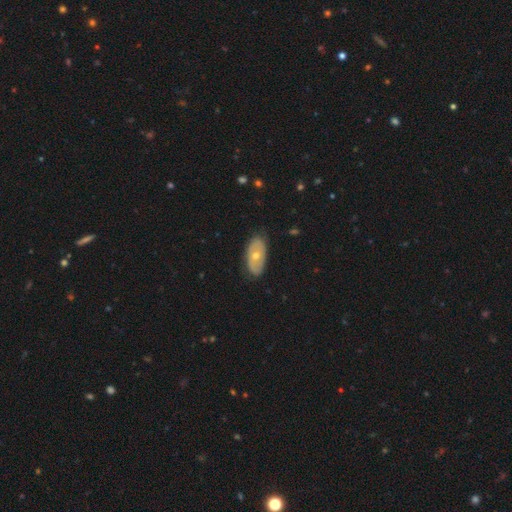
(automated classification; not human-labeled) This appears to be a featured or disk galaxy (48%). Merging: none (80%).